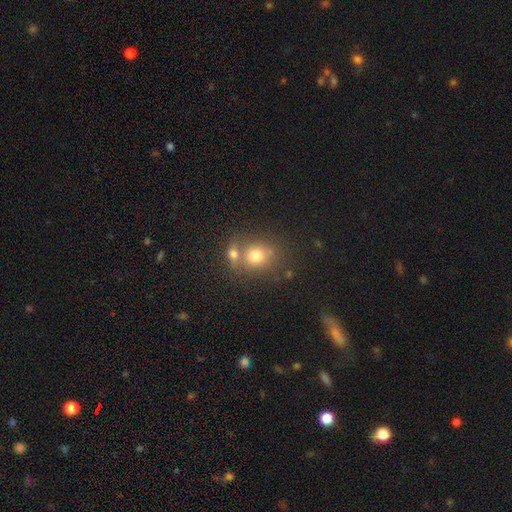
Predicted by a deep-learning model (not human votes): Q: Smooth or featured?
A: smooth (73%); runner-up: featured or disk (14%)
Q: How rounded?
A: round (73%); runner-up: in between (26%)
Q: Merging?
A: none (44%); runner-up: merger (42%)